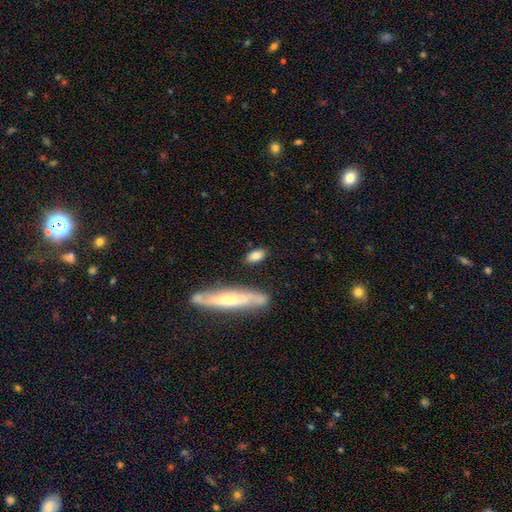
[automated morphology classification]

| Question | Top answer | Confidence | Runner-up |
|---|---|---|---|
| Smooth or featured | smooth | 79% | featured or disk (14%) |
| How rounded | in between | 80% | cigar-shaped (16%) |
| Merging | none | 79% | minor disturbance (12%) |